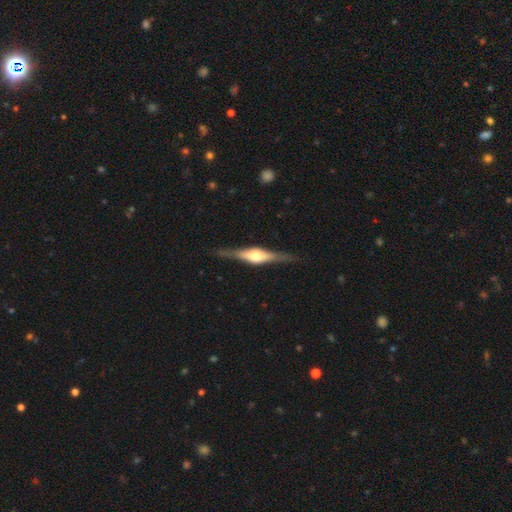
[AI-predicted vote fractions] Q: Smooth or featured?
A: featured or disk (79%); runner-up: smooth (16%)
Q: Edge-on disk?
A: yes (97%); runner-up: no (3%)
Q: Edge-on bulge?
A: rounded (85%); runner-up: boxy (13%)
Q: Merging?
A: none (87%); runner-up: minor disturbance (10%)